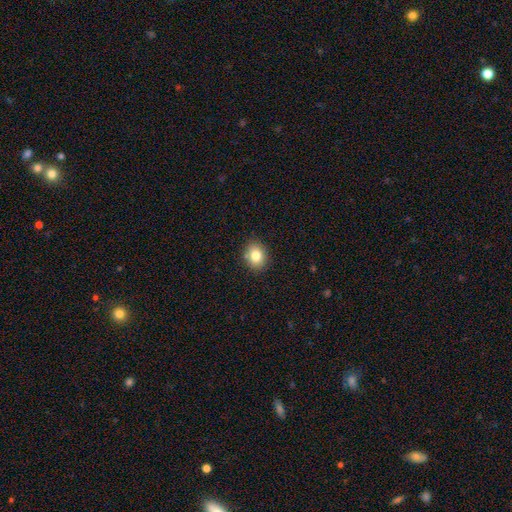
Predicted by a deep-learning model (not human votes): The model was most divided on "how rounded": round: 53%, in between: 46%, cigar-shaped: 1%. More confident: merging — none (86%); smooth or featured — smooth (81%).